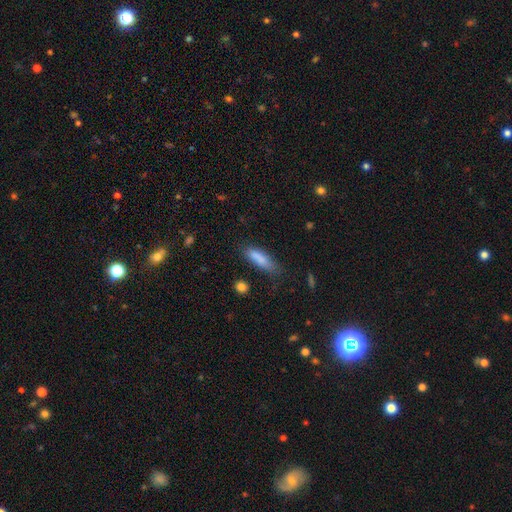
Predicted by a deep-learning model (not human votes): A smooth galaxy with no disk features (82%) that is cigar-shaped (62%).

Vote fractions:
- Smooth or featured? smooth: 82% / featured or disk: 10% / star or artifact: 8%
- How rounded? cigar-shaped: 62% / in between: 36% / round: 2%
- Merging? none: 68% / minor disturbance: 23% / major disturbance: 6% / merger: 3%